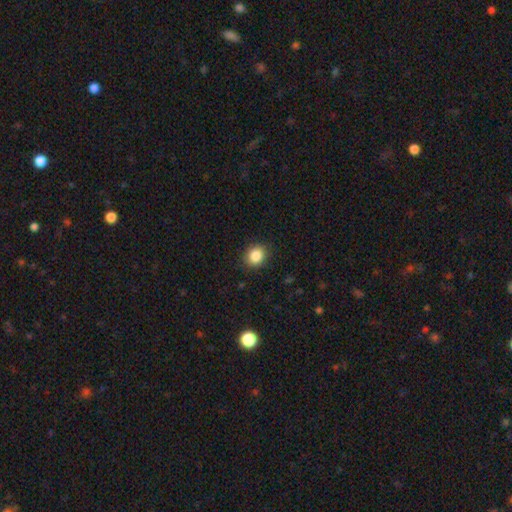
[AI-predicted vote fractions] A smooth galaxy with no disk features (86%) that is round (64%).

Vote fractions:
- Smooth or featured? smooth: 86% / star or artifact: 10% / featured or disk: 4%
- How rounded? round: 64% / in between: 35% / cigar-shaped: 1%
- Merging? none: 88% / minor disturbance: 9% / major disturbance: 3% / merger: 1%